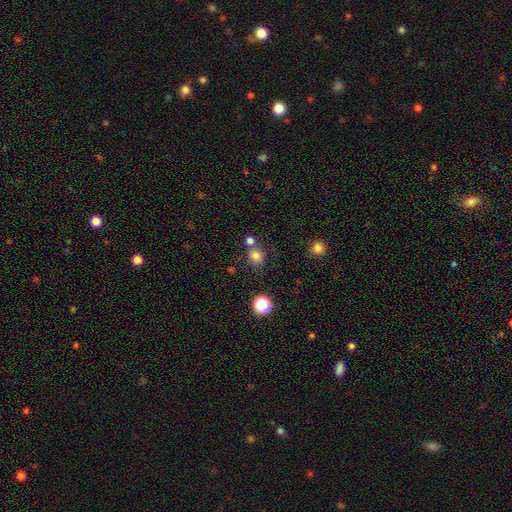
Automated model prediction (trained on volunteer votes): Morphology: type=smooth (79%); roundness=round (81%); merging=none (67%).